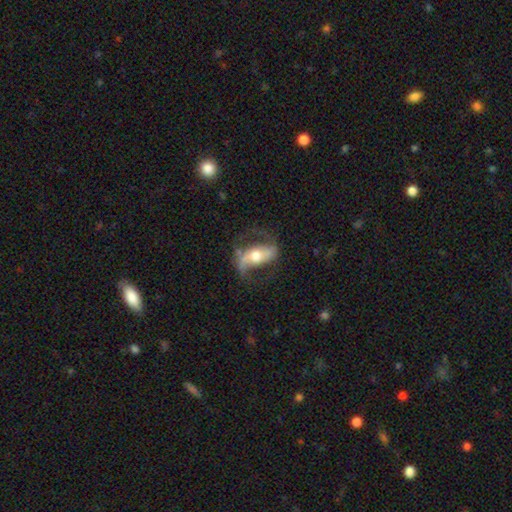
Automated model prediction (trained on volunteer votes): smooth_or_featured: featured or disk (p=0.78) [alt: smooth p=0.17]
disk_edge_on: no (p=0.90) [alt: yes p=0.10]
bar: strong (p=0.40) [alt: weak p=0.30]
has_spiral_arms: yes (p=0.89) [alt: no p=0.11]
spiral_winding: loose (p=0.55) [alt: medium p=0.35]
spiral_arm_count: 2 (p=0.88) [alt: 1 p=0.05]
bulge_size: moderate (p=0.68) [alt: small p=0.16]
merging: none (p=0.64) [alt: minor disturbance p=0.18]